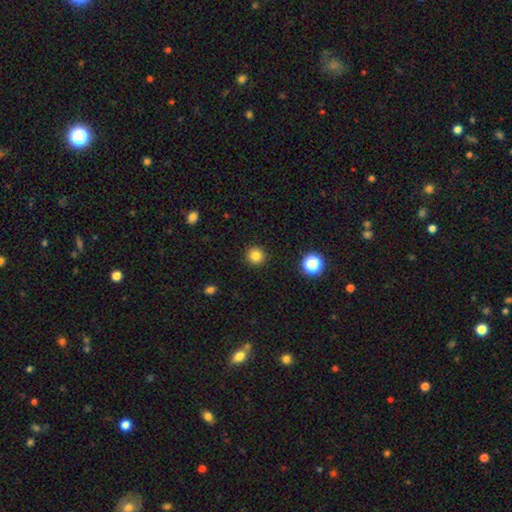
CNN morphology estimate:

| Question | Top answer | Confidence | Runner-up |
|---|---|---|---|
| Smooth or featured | smooth | 83% | star or artifact (12%) |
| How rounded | round | 94% | in between (5%) |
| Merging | none | 92% | minor disturbance (5%) |